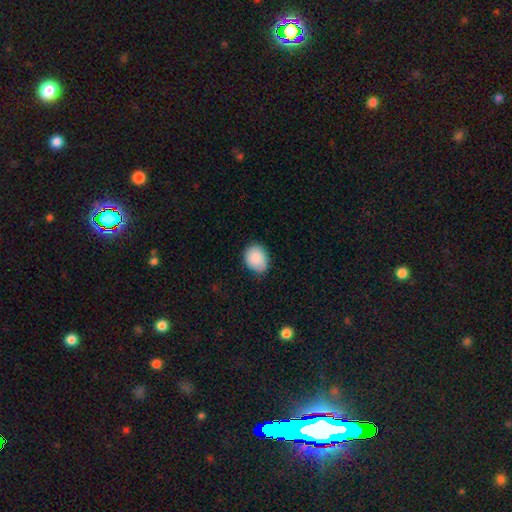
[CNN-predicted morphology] A smooth galaxy with no disk features (89%) that is in between round and cigar-shaped (50%).

Vote fractions:
- Smooth or featured? smooth: 89% / star or artifact: 7% / featured or disk: 4%
- How rounded? in between: 50% / round: 49% / cigar-shaped: 1%
- Merging? none: 76% / minor disturbance: 20% / major disturbance: 3% / merger: 1%